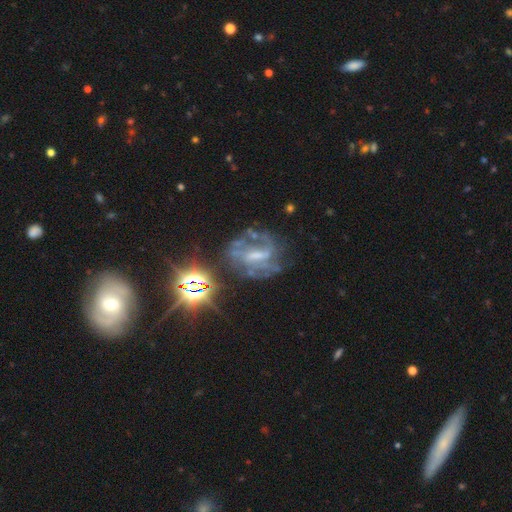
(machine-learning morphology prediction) A featured or disk galaxy (70%) with a weak bar (45%), medium (45%) spiral arms (77%) and a small central bulge (34%). Merging: none (51%).